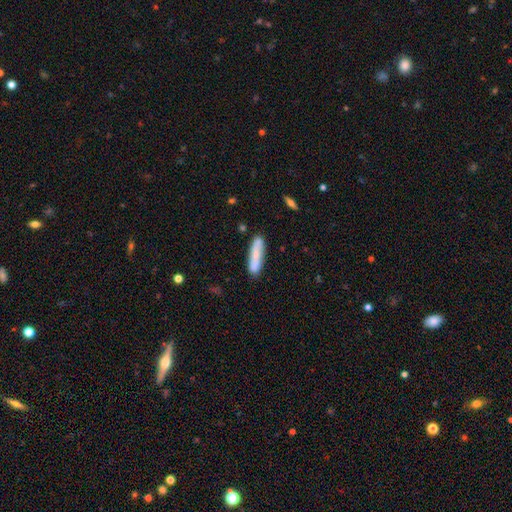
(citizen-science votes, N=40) Smooth or featured?
  - smooth: 70% *
  - featured or disk: 18%
  - star or artifact: 12%
How rounded?
  - cigar-shaped: 100% *
  - round: 0%
  - in between: 0%
Merging?
  - none: 89% *
  - minor disturbance: 9%
  - merger: 3%
  - major disturbance: 0%